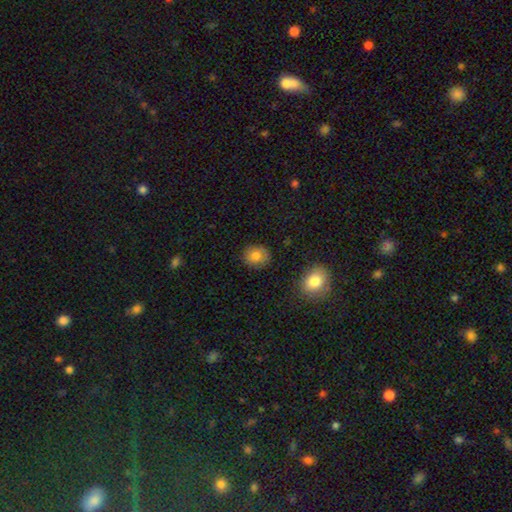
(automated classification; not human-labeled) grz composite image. It shows a smooth galaxy with no disk features (80%) that is round (78%). Merging: none (85%).